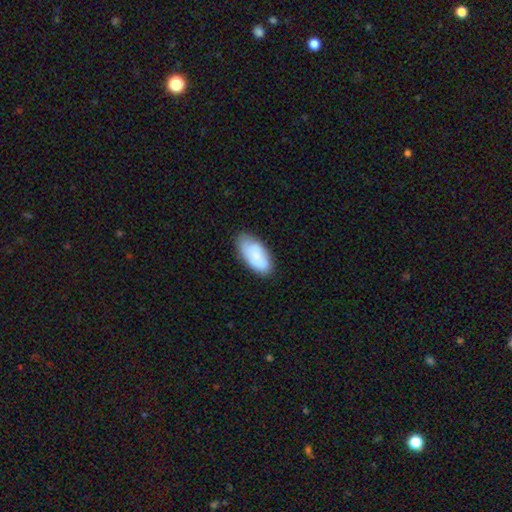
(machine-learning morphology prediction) The model was most divided on "merging": none: 75%, minor disturbance: 20%, major disturbance: 4%, merger: 2%. More confident: how rounded — in between (92%); smooth or featured — smooth (77%).